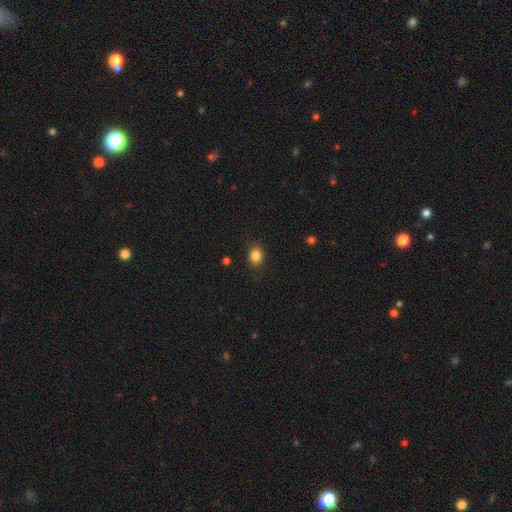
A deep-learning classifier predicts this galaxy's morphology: smooth-or-featured: smooth: 85% | star or artifact: 11% | featured or disk: 4%
  how-rounded: round: 64% | in between: 35% | cigar-shaped: 1%
  merging: none: 85% | minor disturbance: 11% | major disturbance: 3% | merger: 1%